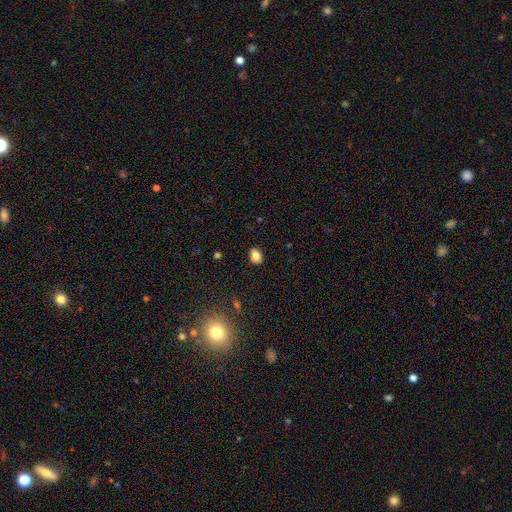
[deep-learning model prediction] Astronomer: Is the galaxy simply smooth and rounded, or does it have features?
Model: smooth — 81%.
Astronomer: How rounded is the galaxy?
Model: in between — 66%.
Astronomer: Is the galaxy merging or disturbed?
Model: none — 84%.